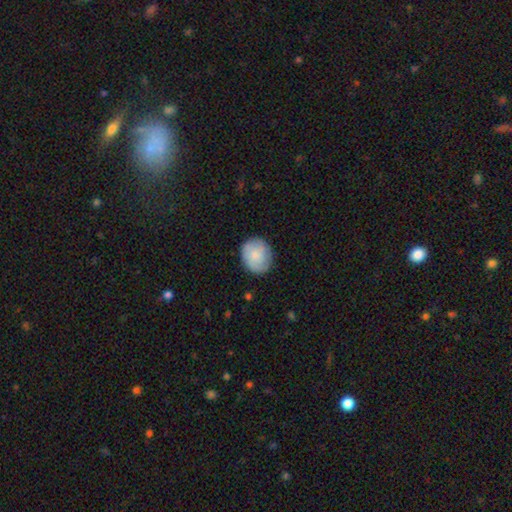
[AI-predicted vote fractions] A smooth galaxy with no disk features (72%) that is round (70%).

Vote fractions:
- Smooth or featured? smooth: 72% / featured or disk: 22% / star or artifact: 6%
- How rounded? round: 70% / in between: 29% / cigar-shaped: 1%
- Merging? none: 83% / minor disturbance: 13% / major disturbance: 3% / merger: 1%